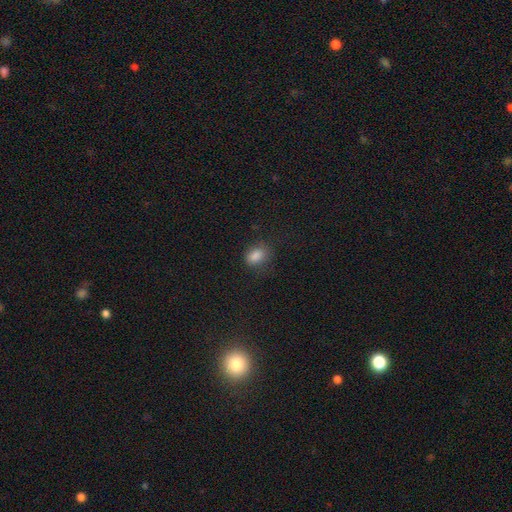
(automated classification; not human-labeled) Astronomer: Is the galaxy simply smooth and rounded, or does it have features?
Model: smooth — 83%.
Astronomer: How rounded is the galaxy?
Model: in between — 72%.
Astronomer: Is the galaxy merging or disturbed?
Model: none — 73%.